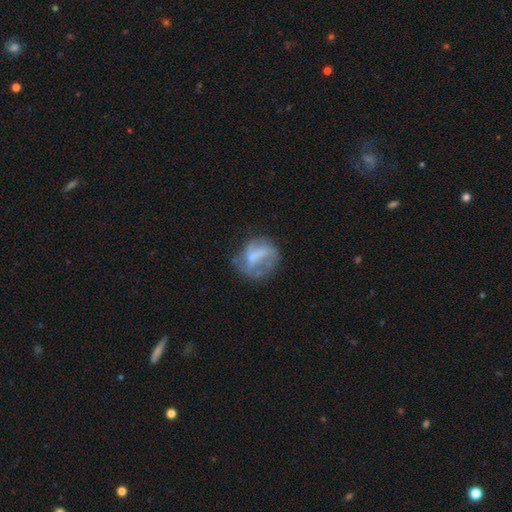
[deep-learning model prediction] A featured or disk galaxy (47%). Merging: none (45%).